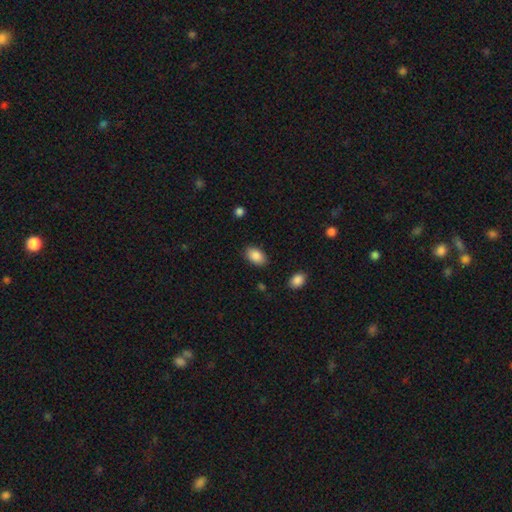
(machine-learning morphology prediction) Smooth or featured: smooth — 88% (star or artifact — 7%)
How rounded: in between — 89% (round — 10%)
Merging: none — 86% (minor disturbance — 10%)